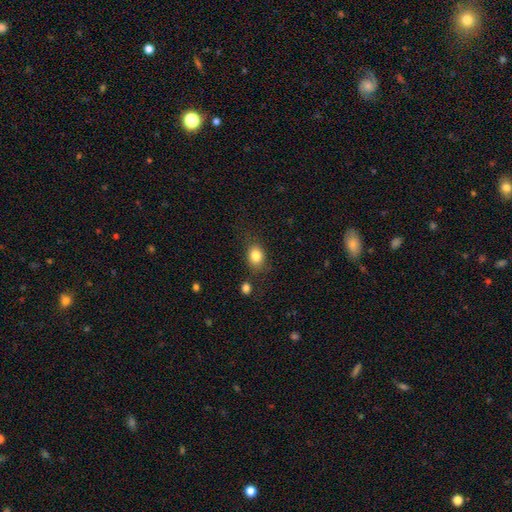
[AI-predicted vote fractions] This is clearly a smooth galaxy (82%). How rounded: possibly in between (51%). Merging: likely none (75%).